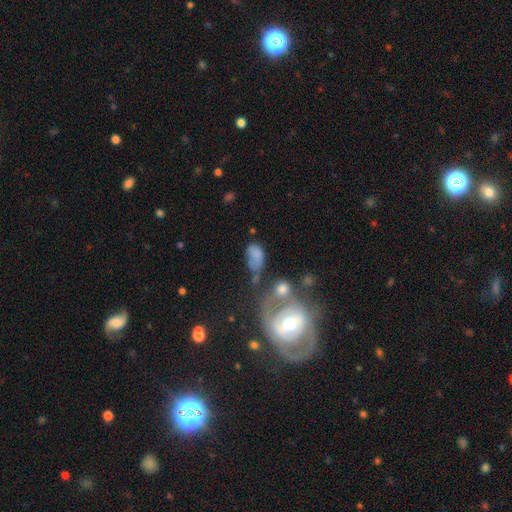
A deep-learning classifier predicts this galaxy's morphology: This is likely a smooth galaxy (63%). How rounded: clearly in between (84%). Merging: marginally major disturbance (29%).